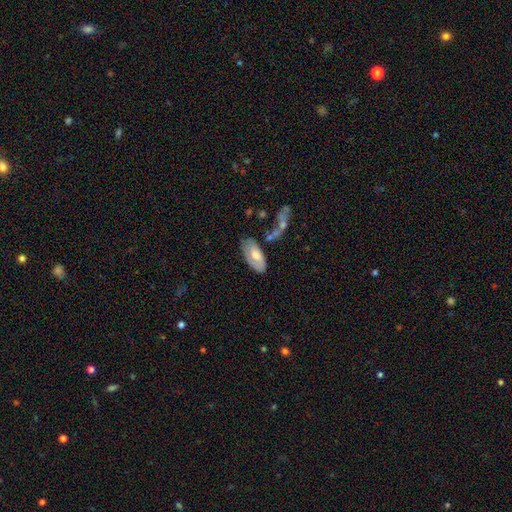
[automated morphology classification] smooth-or-featured: smooth: 57% | featured or disk: 37% | star or artifact: 6%
  how-rounded: in between: 91% | cigar-shaped: 6% | round: 3%
  merging: none: 60% | minor disturbance: 24% | major disturbance: 8% | merger: 7%